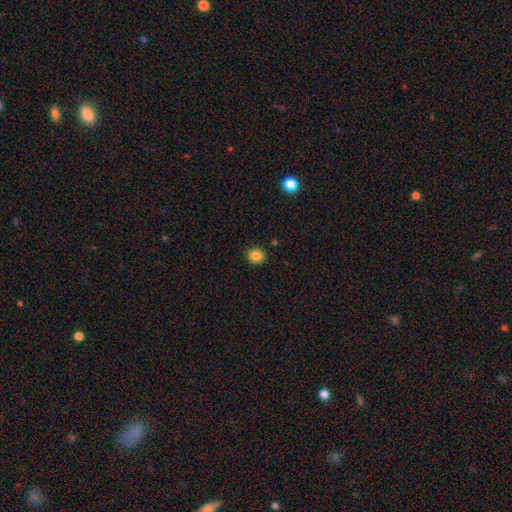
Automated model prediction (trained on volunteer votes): This is clearly a smooth galaxy (85%). How rounded: likely round (77%). Merging: clearly none (90%).